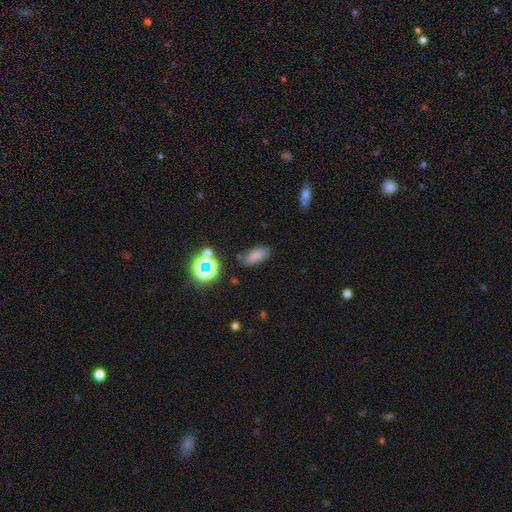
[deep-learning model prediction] A smooth galaxy with no disk features (74%) that is in between round and cigar-shaped (87%).

Vote fractions:
- Smooth or featured? smooth: 74% / star or artifact: 17% / featured or disk: 9%
- How rounded? in between: 87% / cigar-shaped: 6% / round: 6%
- Merging? none: 74% / minor disturbance: 17% / major disturbance: 5% / merger: 5%